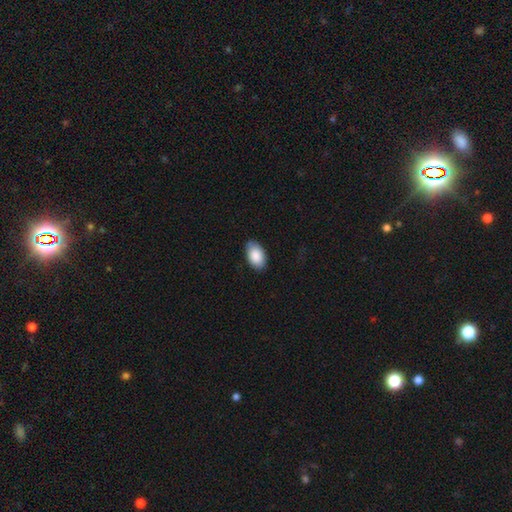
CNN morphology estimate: Smooth or featured? Predicted: smooth (p=0.88). How rounded? Predicted: in between (p=0.94). Merging? Predicted: none (p=0.82).